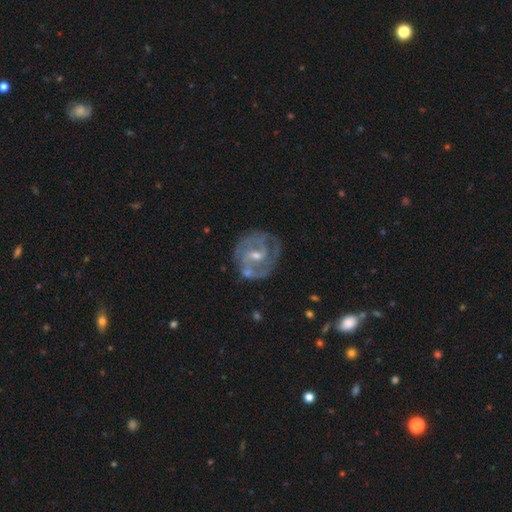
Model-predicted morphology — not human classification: Smooth or featured: featured or disk — 83% (smooth — 10%)
Edge-on disk: no — 97% (yes — 3%)
Bar: weak — 52% (no — 30%)
Spiral arms: yes — 90% (no — 10%)
Spiral winding: tight — 53% (medium — 37%)
Spiral arm count: 2 — 41% (can't tell — 25%)
Bulge size: small — 50% (moderate — 47%)
Merging: none — 66% (minor disturbance — 19%)